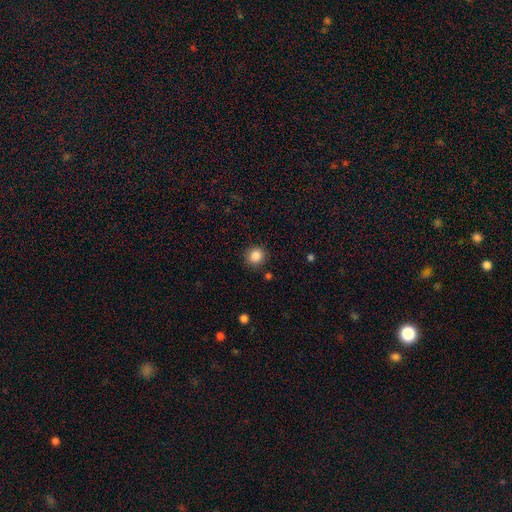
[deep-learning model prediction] Q: Smooth or featured?
A: smooth (86%); runner-up: star or artifact (10%)
Q: How rounded?
A: round (92%); runner-up: in between (7%)
Q: Merging?
A: none (90%); runner-up: minor disturbance (7%)